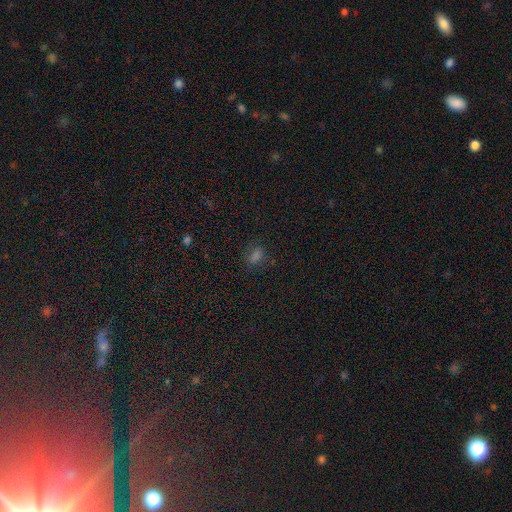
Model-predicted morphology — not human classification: A smooth galaxy with no disk features (60%) that is in between round and cigar-shaped (70%).

Vote fractions:
- Smooth or featured? smooth: 60% / star or artifact: 32% / featured or disk: 8%
- How rounded? in between: 70% / round: 26% / cigar-shaped: 5%
- Merging? none: 75% / minor disturbance: 16% / major disturbance: 7% / merger: 2%